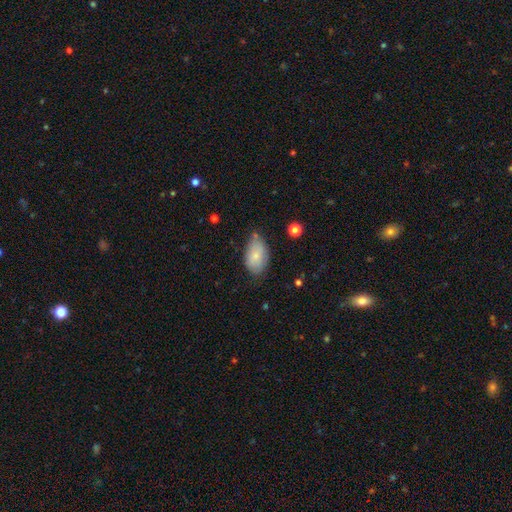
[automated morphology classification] type=smooth (78%); roundness=in between (93%); merging=none (62%).